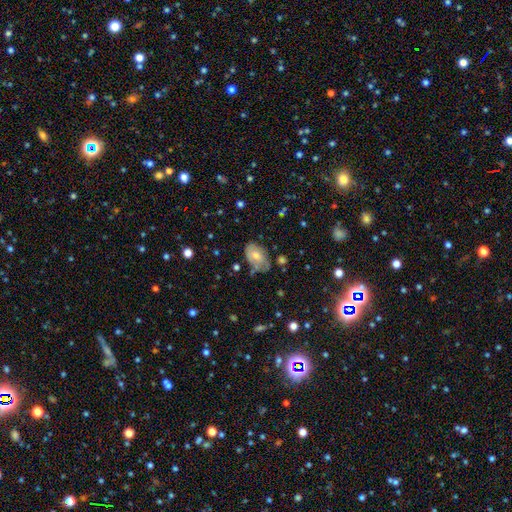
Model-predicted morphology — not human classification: Q: Smooth or featured?
A: smooth (55%); runner-up: featured or disk (37%)
Q: How rounded?
A: in between (88%); runner-up: round (10%)
Q: Merging?
A: none (55%); runner-up: minor disturbance (31%)